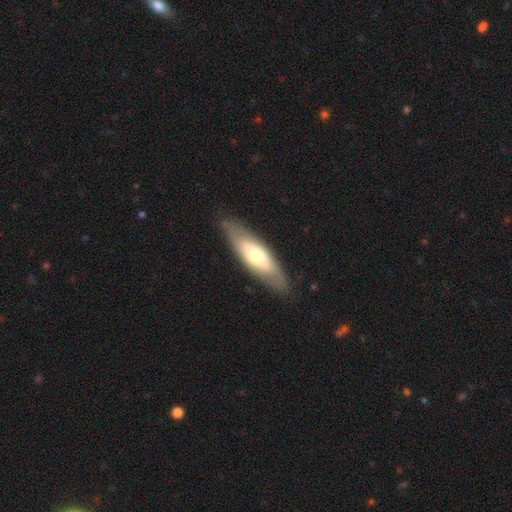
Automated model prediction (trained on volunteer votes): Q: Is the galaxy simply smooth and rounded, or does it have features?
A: smooth — 52%.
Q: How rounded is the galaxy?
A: in between — 54%.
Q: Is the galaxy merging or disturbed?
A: none — 82%.